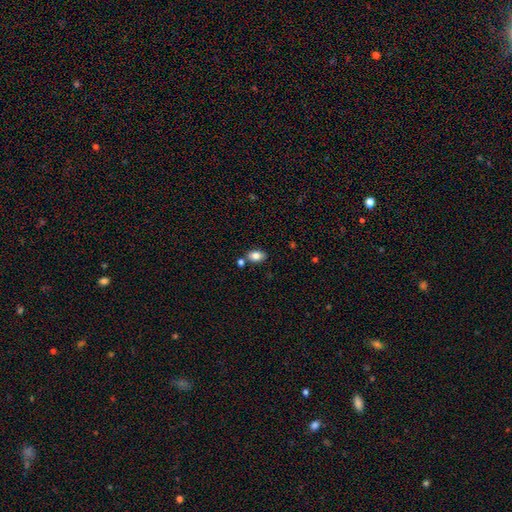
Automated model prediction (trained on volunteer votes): A smooth galaxy with no disk features (82%) that is in between round and cigar-shaped (88%). Merging: none (75%).